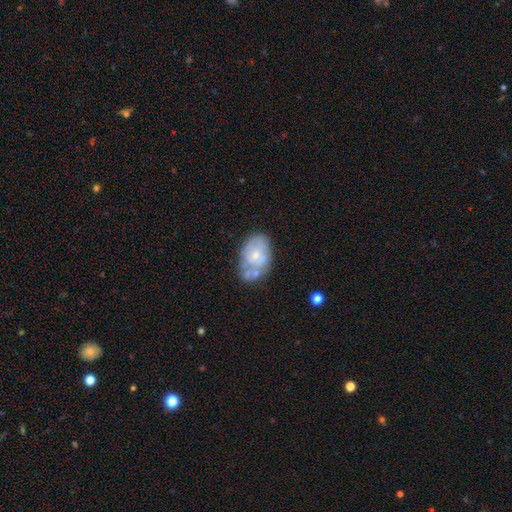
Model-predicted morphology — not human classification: smooth_or_featured: featured or disk (p=0.47) [alt: smooth p=0.46]
merging: none (p=0.39) [alt: minor disturbance p=0.27]